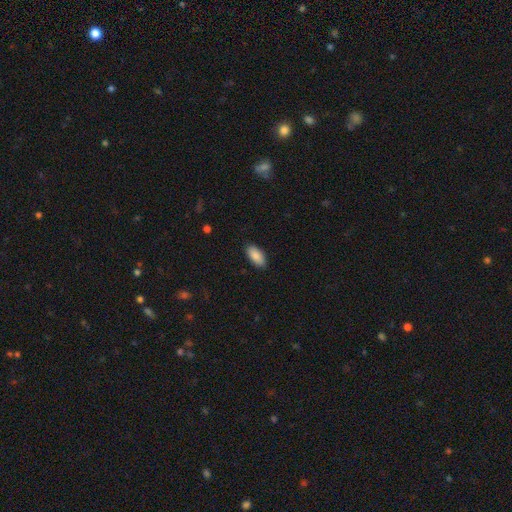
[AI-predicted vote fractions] smooth 88%, star or artifact 6%, featured or disk 5%. Down the decision tree: how rounded — in between (93%); merging — none (88%).